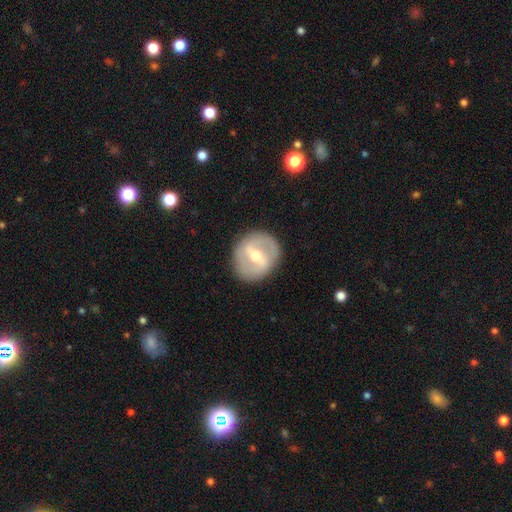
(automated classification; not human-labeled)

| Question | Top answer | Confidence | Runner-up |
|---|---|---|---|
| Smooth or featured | featured or disk | 75% | smooth (20%) |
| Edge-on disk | no | 95% | yes (5%) |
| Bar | strong | 54% | weak (36%) |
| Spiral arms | yes | 62% | no (38%) |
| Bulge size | moderate | 58% | small (38%) |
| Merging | none | 86% | minor disturbance (9%) |